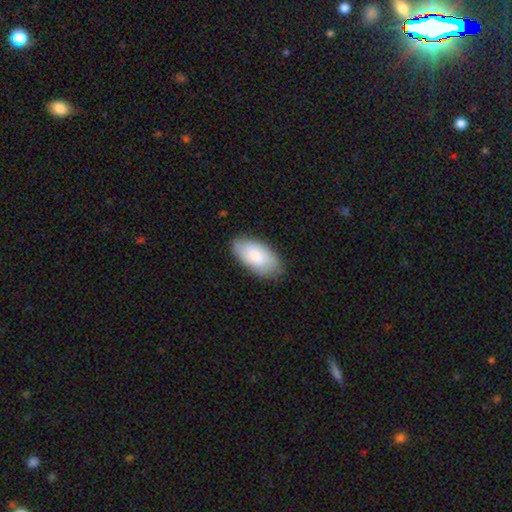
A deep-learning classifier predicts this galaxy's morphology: The model was most divided on "merging": none: 81%, minor disturbance: 15%, major disturbance: 3%, merger: 1%. More confident: how rounded — in between (95%); smooth or featured — smooth (83%).